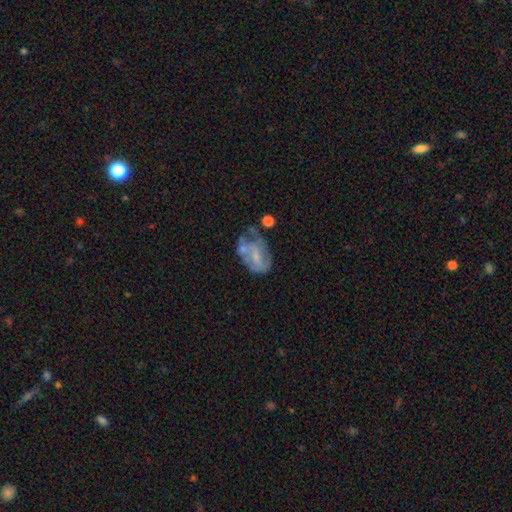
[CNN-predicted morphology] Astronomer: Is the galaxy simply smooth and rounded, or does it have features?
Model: featured or disk — 57% (runner-up: smooth, 35%).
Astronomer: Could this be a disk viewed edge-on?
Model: no — 96%.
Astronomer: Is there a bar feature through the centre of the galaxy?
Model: no — 50% (runner-up: weak, 38%).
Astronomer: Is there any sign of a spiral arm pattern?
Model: no — 51% (runner-up: yes, 49%).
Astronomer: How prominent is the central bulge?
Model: small — 49% (runner-up: moderate, 27%).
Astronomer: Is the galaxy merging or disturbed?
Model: none — 32% (runner-up: minor disturbance, 28%).